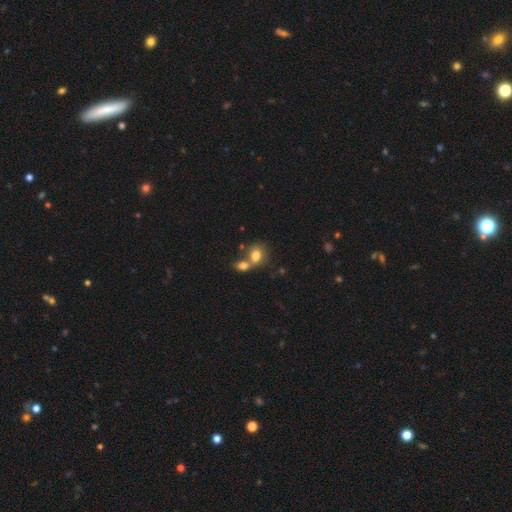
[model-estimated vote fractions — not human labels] smooth 78%, featured or disk 12%, star or artifact 10%. Down the decision tree: how rounded — in between (64%); merging — merger (59%).